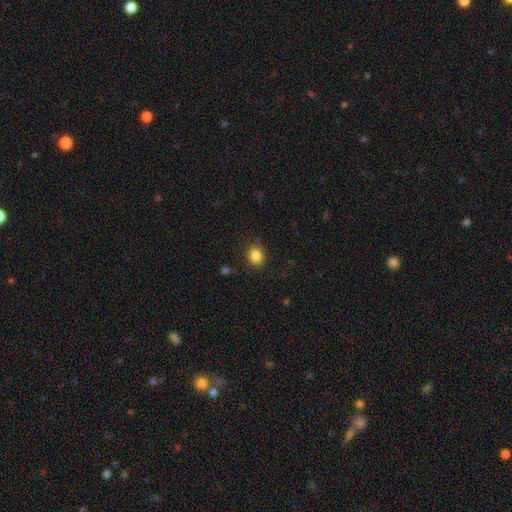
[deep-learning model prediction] smooth_or_featured: smooth (p=0.85) [alt: star or artifact p=0.10]
how_rounded: round (p=0.68) [alt: in between p=0.31]
merging: none (p=0.85) [alt: minor disturbance p=0.10]